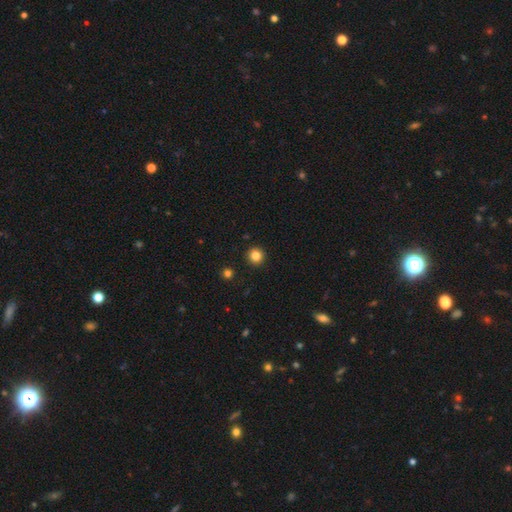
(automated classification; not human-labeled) This appears to be a smooth galaxy with no disk features (84%) that is round (94%). Merging: none (93%).